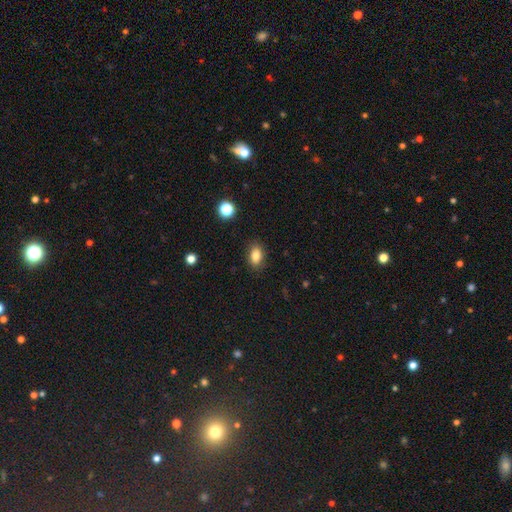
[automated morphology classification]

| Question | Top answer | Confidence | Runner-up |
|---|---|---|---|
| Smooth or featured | smooth | 84% | star or artifact (9%) |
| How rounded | in between | 85% | round (13%) |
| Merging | none | 87% | minor disturbance (9%) |